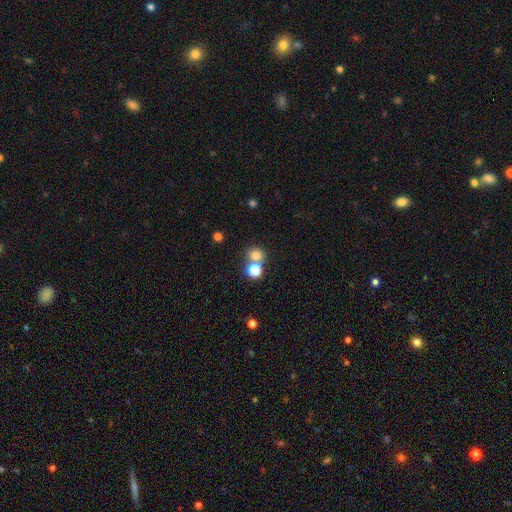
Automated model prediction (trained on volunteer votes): Smooth or featured: smooth — 76% (star or artifact — 15%)
How rounded: round — 83% (in between — 16%)
Merging: none — 51% (merger — 40%)